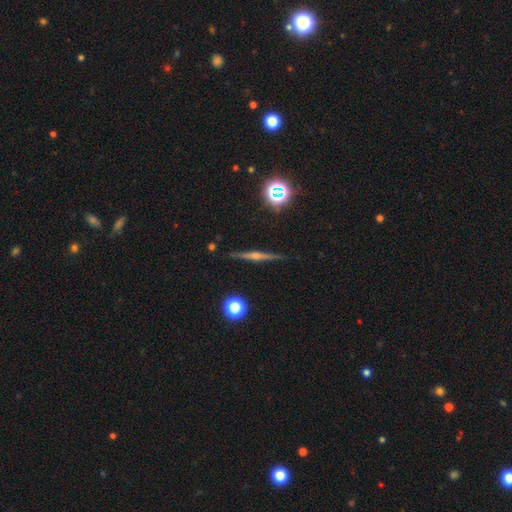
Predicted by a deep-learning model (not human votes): Morphology: type=featured or disk (78%); edge-on=yes (98%); edge-on bulge=rounded (89%); merging=none (91%).